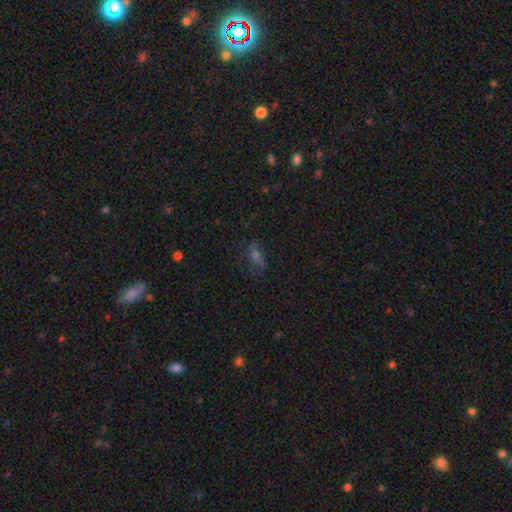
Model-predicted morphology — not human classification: Smooth or featured: smooth — 43% (star or artifact — 30%)
Merging: none — 68% (minor disturbance — 18%)